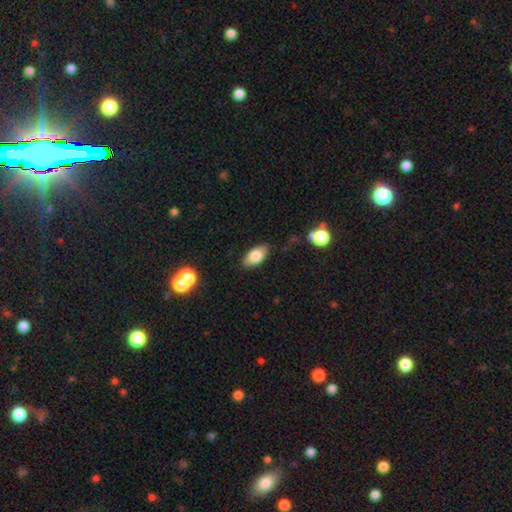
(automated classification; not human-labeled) The model was most divided on "smooth or featured": smooth: 80%, featured or disk: 13%, star or artifact: 8%. More confident: how rounded — in between (92%); merging — none (83%).